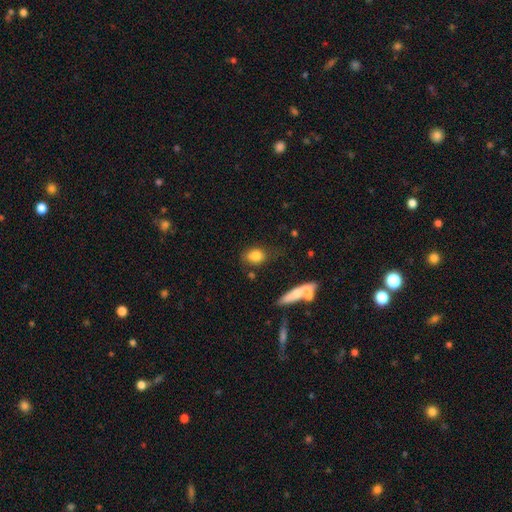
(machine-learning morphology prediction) smooth_or_featured: smooth (p=0.81) [alt: featured or disk p=0.11]
how_rounded: in between (p=0.63) [alt: round p=0.33]
merging: none (p=0.62) [alt: minor disturbance p=0.21]